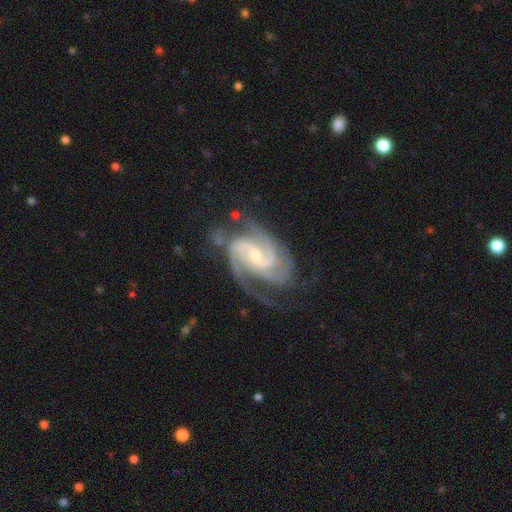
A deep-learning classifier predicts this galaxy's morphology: Q: Smooth or featured?
A: featured or disk (93%); runner-up: star or artifact (4%)
Q: Edge-on disk?
A: no (98%); runner-up: yes (2%)
Q: Bar?
A: weak (46%); runner-up: no (33%)
Q: Spiral arms?
A: yes (99%); runner-up: no (1%)
Q: Spiral winding?
A: medium (47%); runner-up: tight (46%)
Q: Spiral arm count?
A: 2 (41%); runner-up: 3 (38%)
Q: Bulge size?
A: small (59%); runner-up: moderate (37%)
Q: Merging?
A: none (64%); runner-up: minor disturbance (21%)